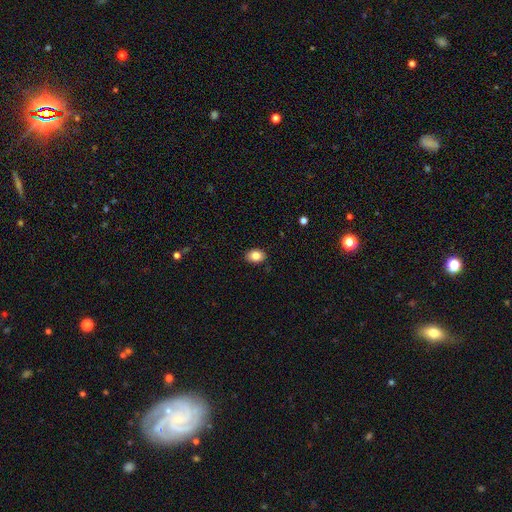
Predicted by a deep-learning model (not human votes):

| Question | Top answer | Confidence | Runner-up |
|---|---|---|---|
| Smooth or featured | smooth | 84% | star or artifact (8%) |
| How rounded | in between | 76% | round (23%) |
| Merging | none | 89% | minor disturbance (8%) |